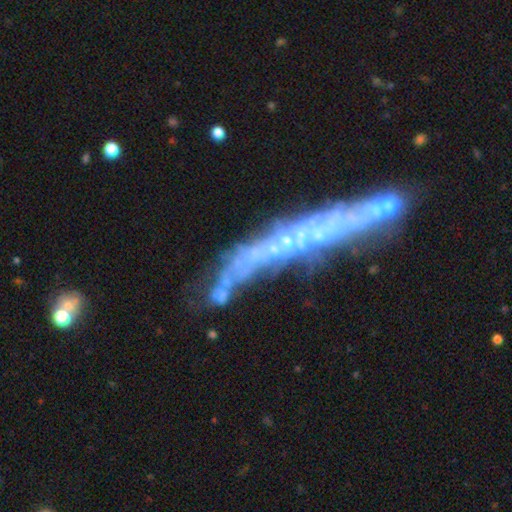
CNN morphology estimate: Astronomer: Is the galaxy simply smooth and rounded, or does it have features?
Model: featured or disk — 68%.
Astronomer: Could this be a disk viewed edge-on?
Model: yes — 65%.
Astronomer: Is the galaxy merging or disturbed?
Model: none — 62%.